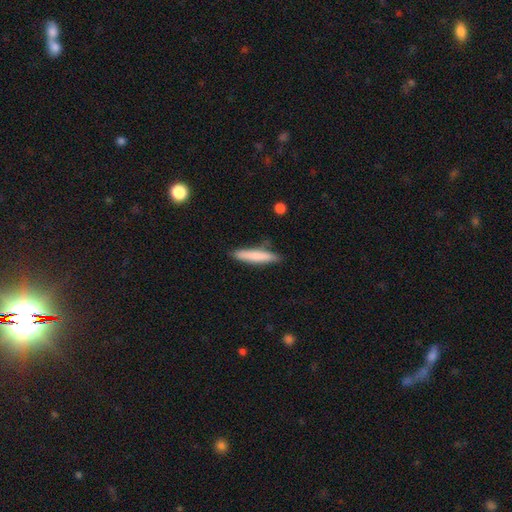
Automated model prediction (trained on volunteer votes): A smooth galaxy with no disk features (76%) that is cigar-shaped (89%).

Vote fractions:
- Smooth or featured? smooth: 76% / featured or disk: 18% / star or artifact: 6%
- How rounded? cigar-shaped: 89% / in between: 9% / round: 1%
- Merging? none: 81% / minor disturbance: 14% / merger: 3% / major disturbance: 2%